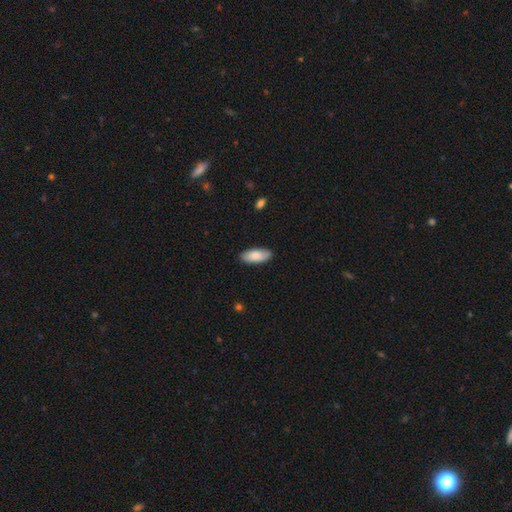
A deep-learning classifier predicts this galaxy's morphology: Smooth or featured? smooth (86%)
How rounded? in between (83%)
Merging? none (88%)